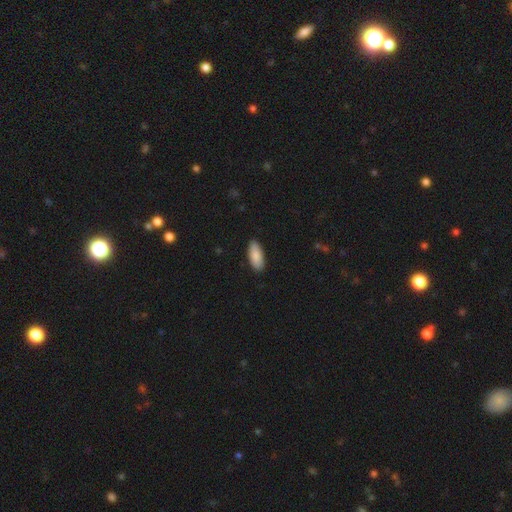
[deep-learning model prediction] This appears to be a smooth galaxy with no disk features (88%) that is in between round and cigar-shaped (86%). Merging: none (88%).